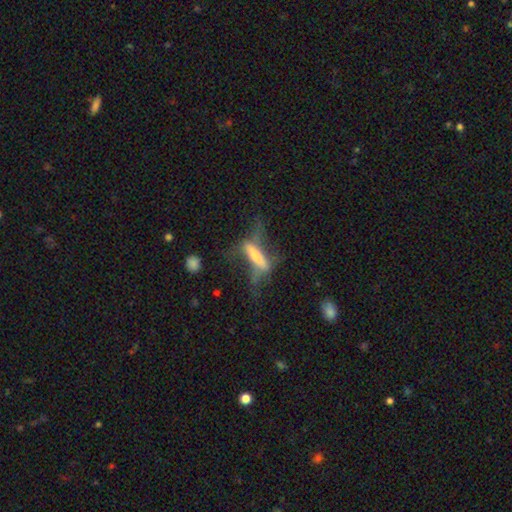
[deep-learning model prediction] This appears to be a featured or disk galaxy (53%) viewed edge-on (59%). Merging: major disturbance (41%).